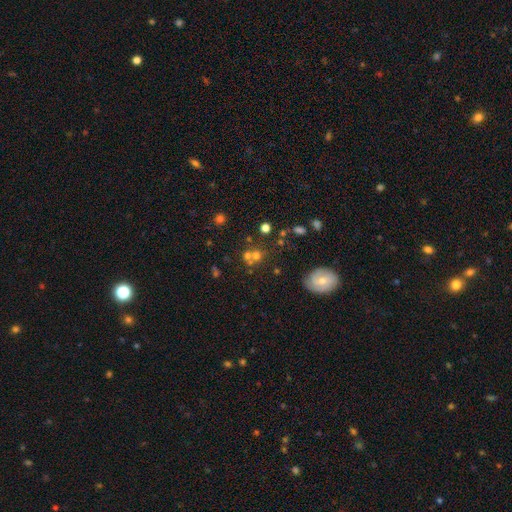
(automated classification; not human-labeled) smooth_or_featured: smooth (p=0.59) [alt: star or artifact p=0.21]
how_rounded: round (p=0.82) [alt: in between p=0.17]
merging: none (p=0.49) [alt: merger p=0.37]